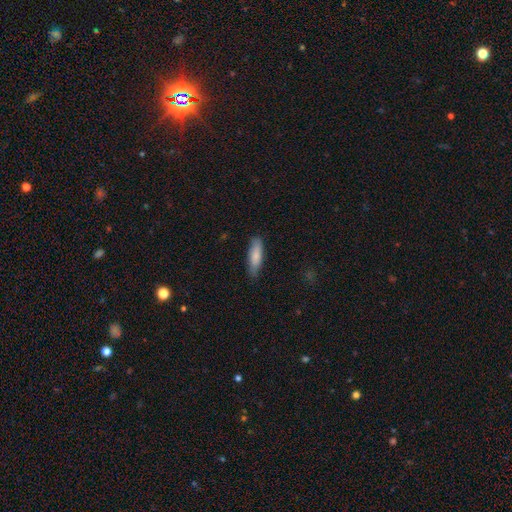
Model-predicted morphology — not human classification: This appears to be a smooth galaxy with no disk features (83%) that is cigar-shaped (55%). Merging: none (81%).